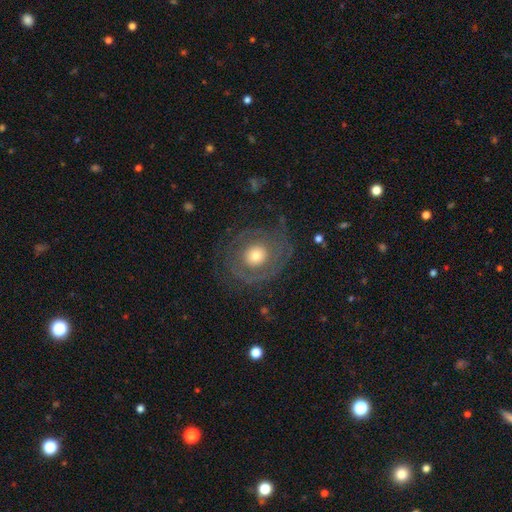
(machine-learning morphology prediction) Smooth or featured?
  - featured or disk: 60% *
  - smooth: 32%
  - star or artifact: 8%
Edge-on disk?
  - no: 96% *
  - yes: 4%
Bar?
  - no: 88% *
  - weak: 9%
  - strong: 3%
Spiral arms?
  - yes: 52% *
  - no: 48%
Bulge size?
  - moderate: 56% *
  - small: 24%
  - large: 17%
  - dominant: 3%
  - none: 1%
Merging?
  - none: 70% *
  - minor disturbance: 15%
  - major disturbance: 14%
  - merger: 1%